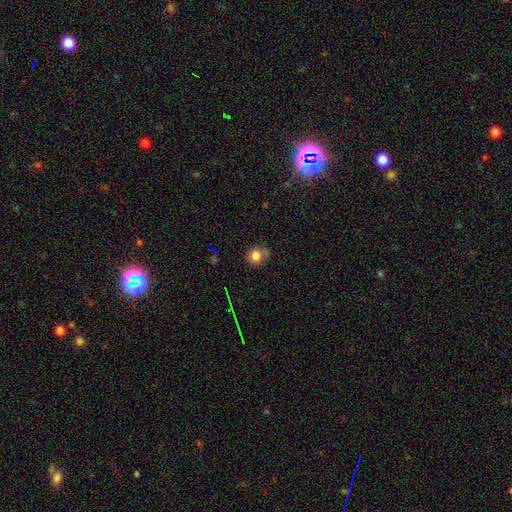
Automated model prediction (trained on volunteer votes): Smooth or featured?
  - smooth: 80% *
  - star or artifact: 12%
  - featured or disk: 8%
How rounded?
  - round: 81% *
  - in between: 18%
  - cigar-shaped: 1%
Merging?
  - none: 57% *
  - minor disturbance: 25%
  - merger: 9%
  - major disturbance: 9%